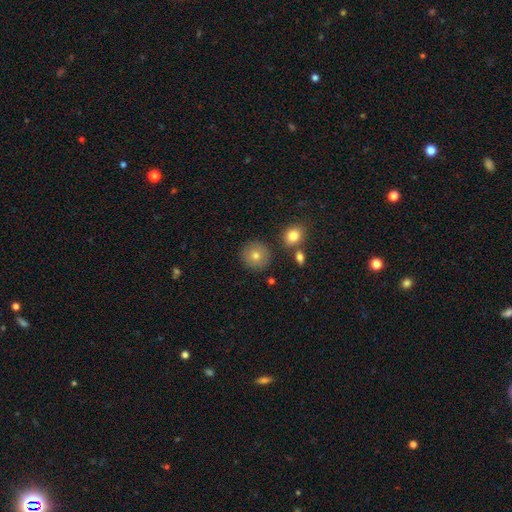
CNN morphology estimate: type=smooth (76%); roundness=round (93%); merging=none (86%).